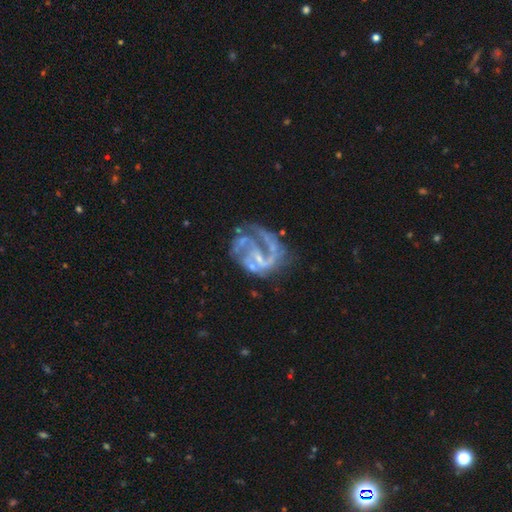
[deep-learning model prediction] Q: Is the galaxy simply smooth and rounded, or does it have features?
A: featured or disk — 79%.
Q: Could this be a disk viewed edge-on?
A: no — 98%.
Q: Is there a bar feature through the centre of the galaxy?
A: no — 44%.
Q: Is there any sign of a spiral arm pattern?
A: yes — 83%.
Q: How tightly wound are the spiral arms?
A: medium — 45%.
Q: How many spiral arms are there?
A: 2 — 35%.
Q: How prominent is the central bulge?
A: small — 51%.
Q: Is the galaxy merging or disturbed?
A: none — 47%.